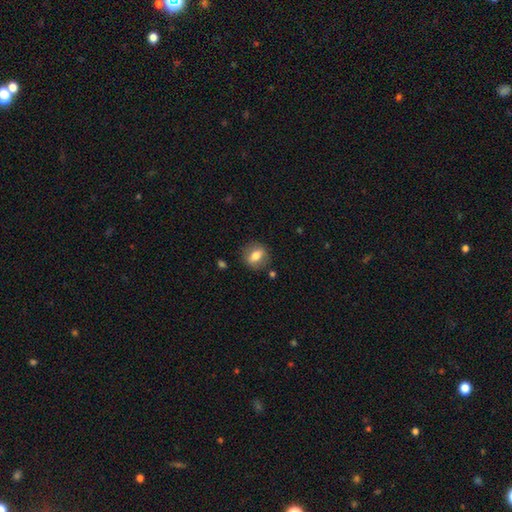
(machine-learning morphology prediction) Smooth or featured? smooth (68%)
How rounded? round (50%)
Merging? none (85%)